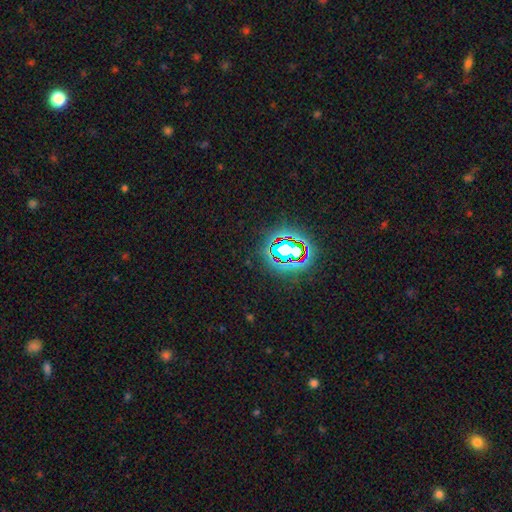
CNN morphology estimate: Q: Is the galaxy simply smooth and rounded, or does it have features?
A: star or artifact — 78%.